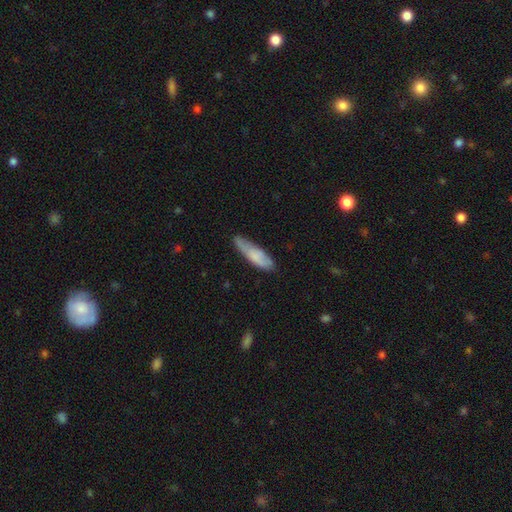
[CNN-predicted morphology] Smooth or featured?
  - smooth: 72% *
  - featured or disk: 22%
  - star or artifact: 6%
How rounded?
  - cigar-shaped: 62% *
  - in between: 37%
  - round: 2%
Merging?
  - none: 60% *
  - minor disturbance: 30%
  - major disturbance: 8%
  - merger: 2%